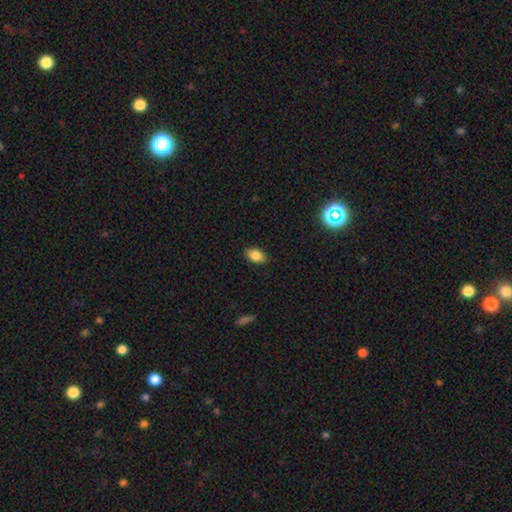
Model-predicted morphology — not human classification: Smooth or featured? smooth (85%)
How rounded? in between (87%)
Merging? none (86%)